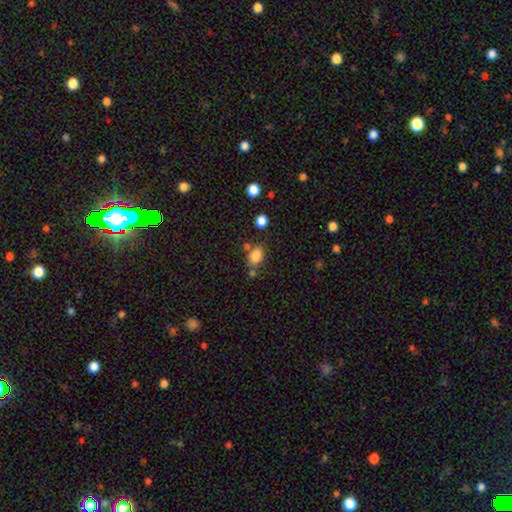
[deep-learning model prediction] Morphology: type=smooth (85%); roundness=in between (81%); merging=none (66%).